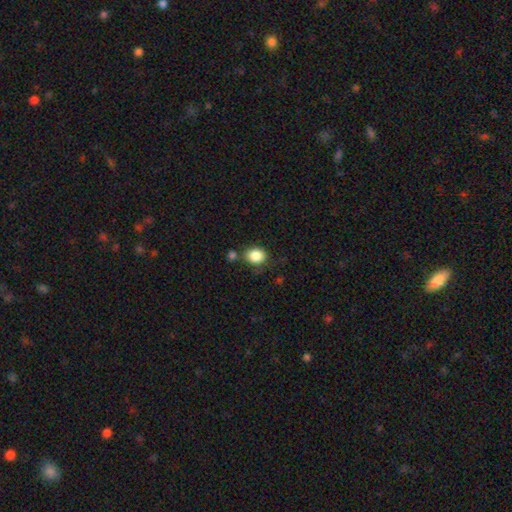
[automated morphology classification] smooth_or_featured: smooth (p=0.86) [alt: star or artifact p=0.09]
how_rounded: round (p=0.60) [alt: in between p=0.39]
merging: none (p=0.72) [alt: minor disturbance p=0.14]